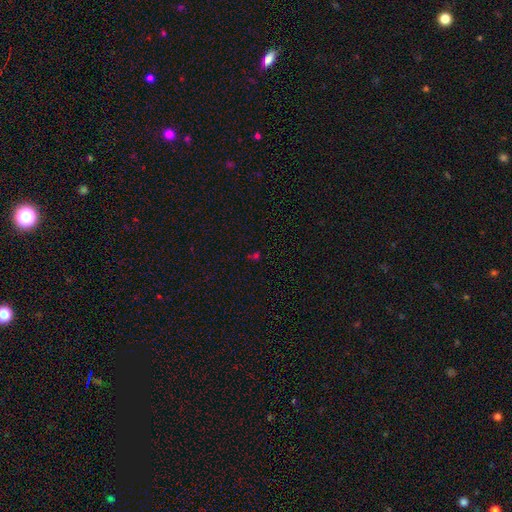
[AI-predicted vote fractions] smooth-or-featured: star or artifact: 54% | smooth: 37% | featured or disk: 9%